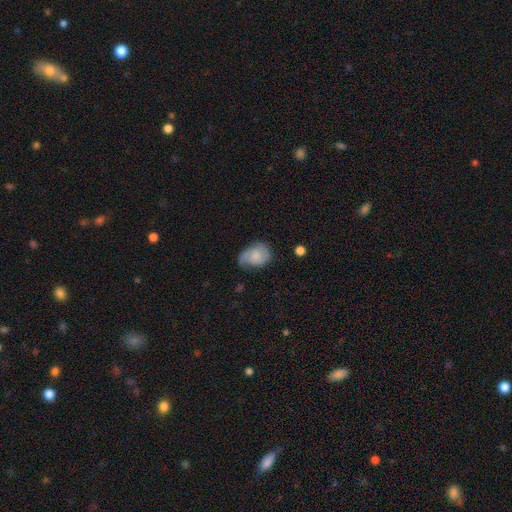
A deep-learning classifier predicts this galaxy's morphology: smooth 57%, featured or disk 36%, star or artifact 8%. Down the decision tree: how rounded — in between (70%); merging — none (44%).